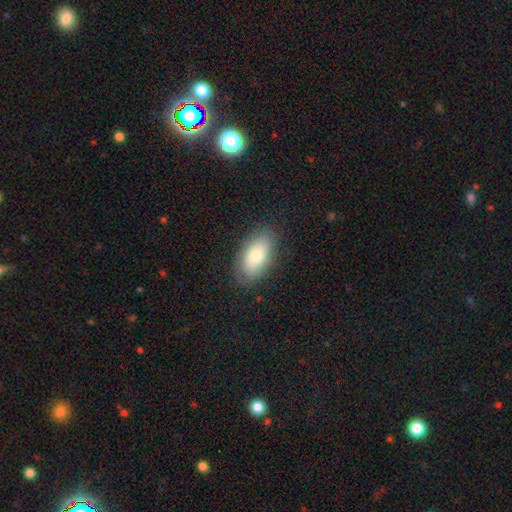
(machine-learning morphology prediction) type=smooth (78%); roundness=in between (93%); merging=none (84%).